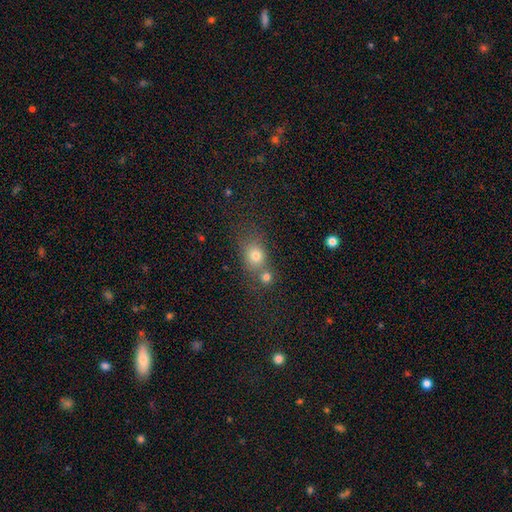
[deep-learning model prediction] This appears to be a smooth galaxy with no disk features (75%) that is round (65%). Merging: none (46%).